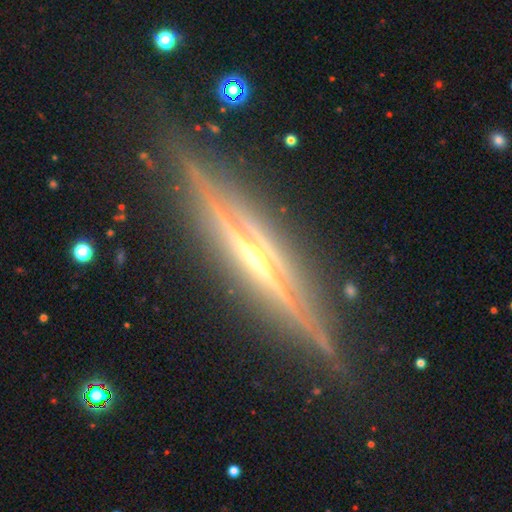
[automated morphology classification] smooth_or_featured: featured or disk (p=0.86) [alt: star or artifact p=0.07]
disk_edge_on: yes (p=0.96) [alt: no p=0.04]
edge_on_bulge: rounded (p=0.77) [alt: none p=0.13]
merging: none (p=0.84) [alt: minor disturbance p=0.11]